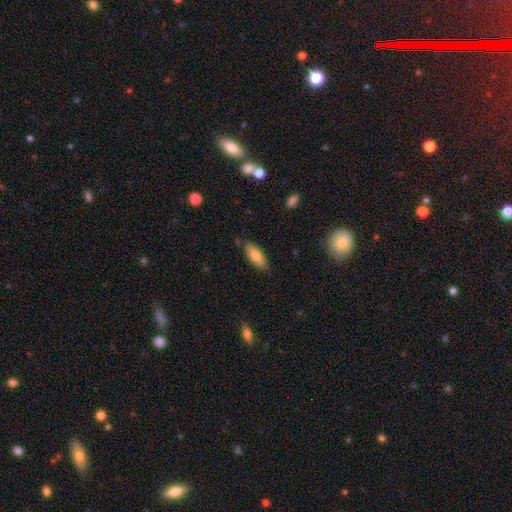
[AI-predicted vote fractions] Smooth or featured?
  - smooth: 79% *
  - featured or disk: 14%
  - star or artifact: 6%
How rounded?
  - in between: 69% *
  - cigar-shaped: 29%
  - round: 2%
Merging?
  - none: 84% *
  - minor disturbance: 12%
  - major disturbance: 2%
  - merger: 2%